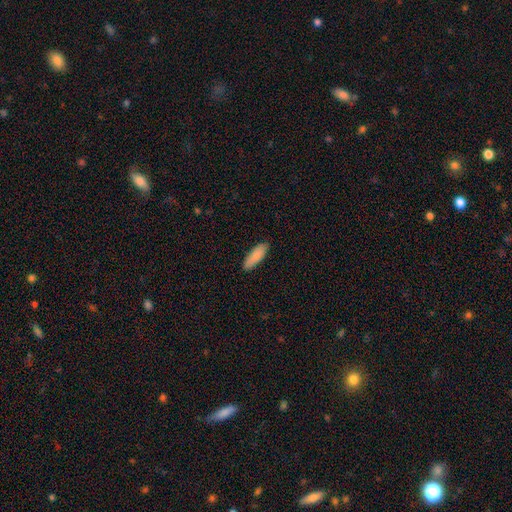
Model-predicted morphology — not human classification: smooth 86%, featured or disk 8%, star or artifact 6%. Down the decision tree: how rounded — in between (59%); merging — none (87%).